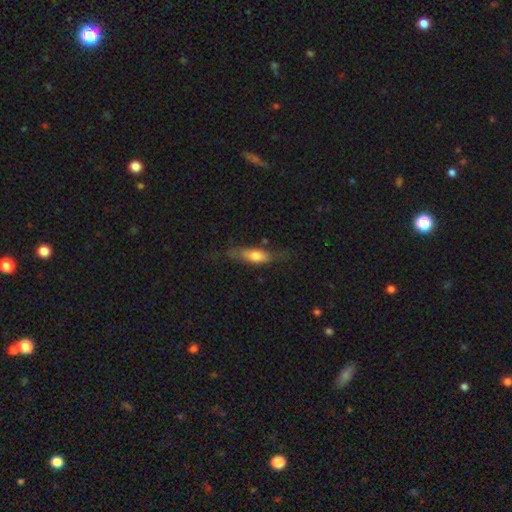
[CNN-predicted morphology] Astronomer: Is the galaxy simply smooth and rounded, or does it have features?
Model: smooth — 65%.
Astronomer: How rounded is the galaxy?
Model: in between — 53% (runner-up: cigar-shaped, 44%).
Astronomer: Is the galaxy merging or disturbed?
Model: none — 58%.